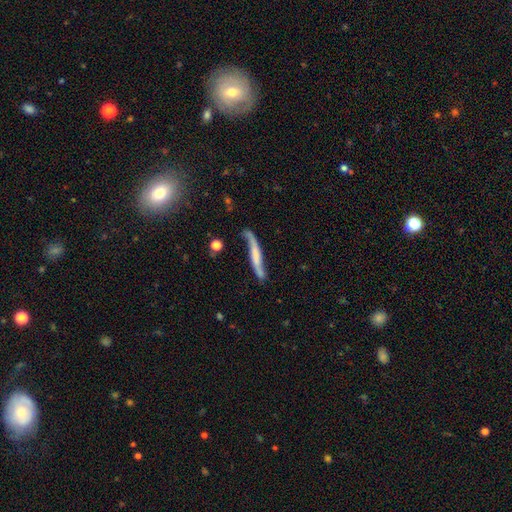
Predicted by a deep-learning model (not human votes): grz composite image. It shows a featured or disk galaxy (59%) viewed edge-on (57%). Merging: none (53%).